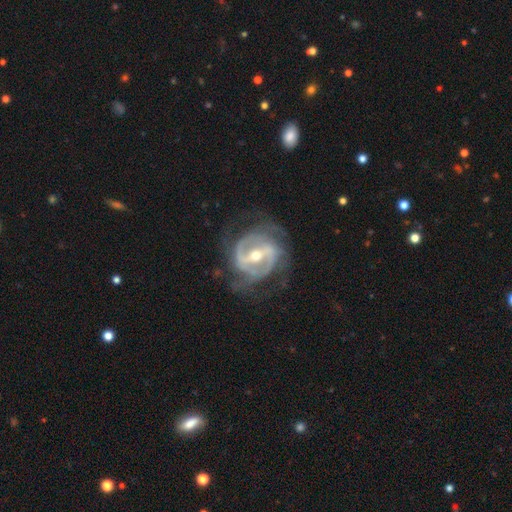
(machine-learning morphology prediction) This appears to be a featured or disk galaxy (91%) with a strong bar (63%), 2 (56%) medium (44%) spiral arms (93%) and a moderate central bulge (54%). Merging: none (68%).